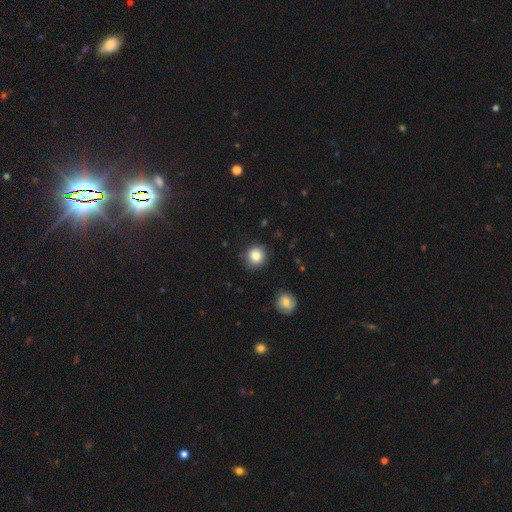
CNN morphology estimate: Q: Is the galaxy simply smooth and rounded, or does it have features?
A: smooth — 85%.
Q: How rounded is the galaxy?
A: round — 90%.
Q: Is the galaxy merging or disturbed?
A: none — 85%.